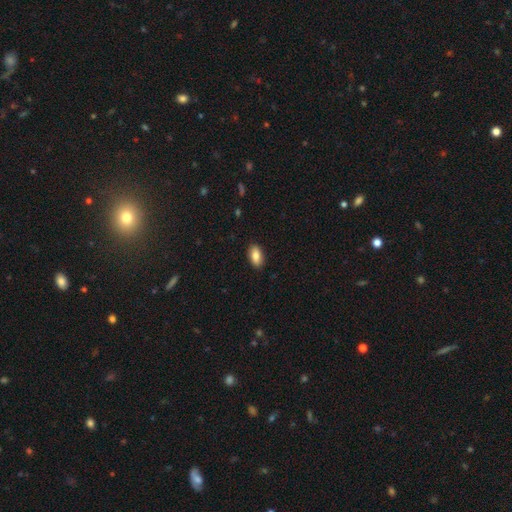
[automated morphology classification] This is clearly a smooth galaxy (86%). How rounded: clearly in between (92%). Merging: clearly none (89%).